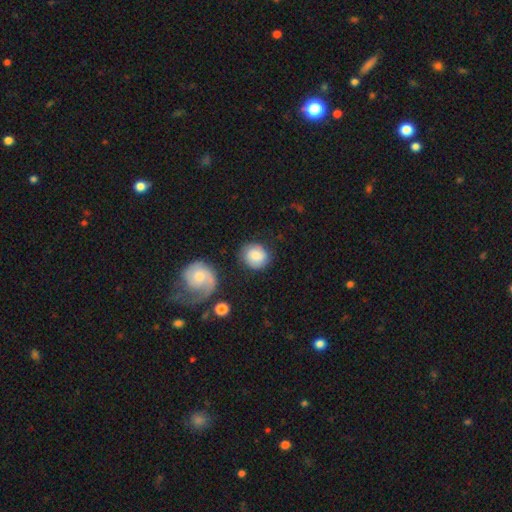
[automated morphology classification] Smooth or featured?
  - smooth: 75% *
  - featured or disk: 18%
  - star or artifact: 7%
How rounded?
  - round: 78% *
  - in between: 21%
  - cigar-shaped: 1%
Merging?
  - none: 75% *
  - minor disturbance: 16%
  - major disturbance: 5%
  - merger: 4%